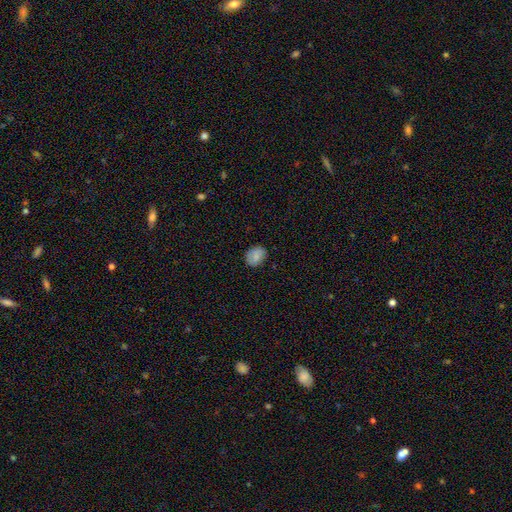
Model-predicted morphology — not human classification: Smooth or featured?
  - smooth: 81% *
  - featured or disk: 11%
  - star or artifact: 8%
How rounded?
  - round: 50% *
  - in between: 49%
  - cigar-shaped: 1%
Merging?
  - none: 85% *
  - minor disturbance: 12%
  - major disturbance: 2%
  - merger: 1%